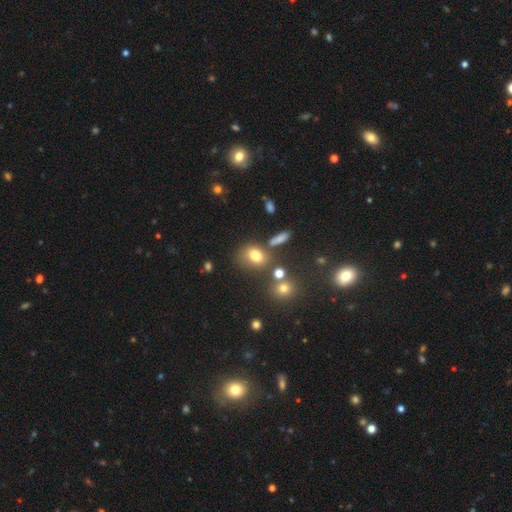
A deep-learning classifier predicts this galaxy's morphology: A smooth galaxy with no disk features (75%) that is in between round and cigar-shaped (54%). Merging: none (60%).